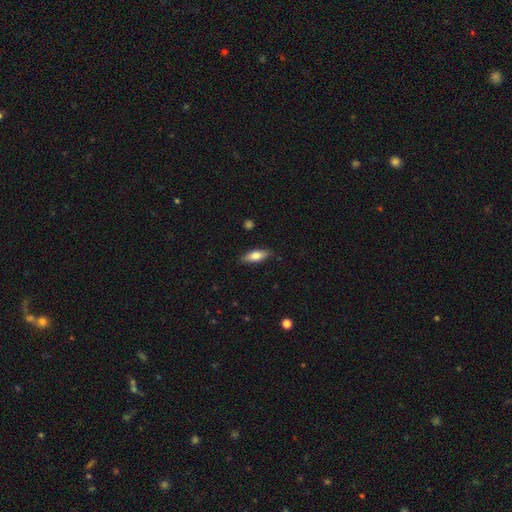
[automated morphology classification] The model was most divided on "how rounded": in between: 67%, cigar-shaped: 30%, round: 3%. More confident: merging — none (85%); smooth or featured — smooth (72%).